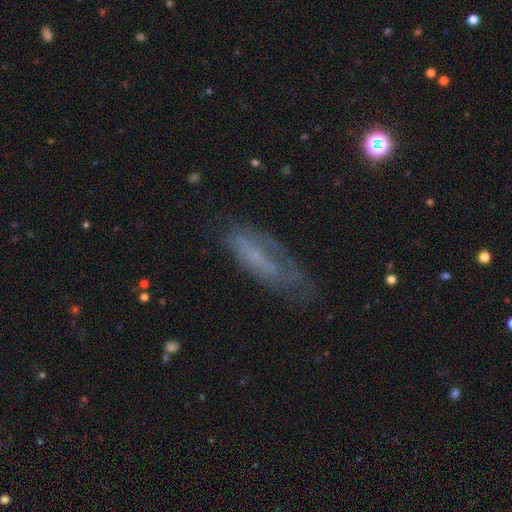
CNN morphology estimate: The model was most divided on "smooth or featured": featured or disk: 48%, smooth: 39%, star or artifact: 13%. Remaining: merging — none (47%).